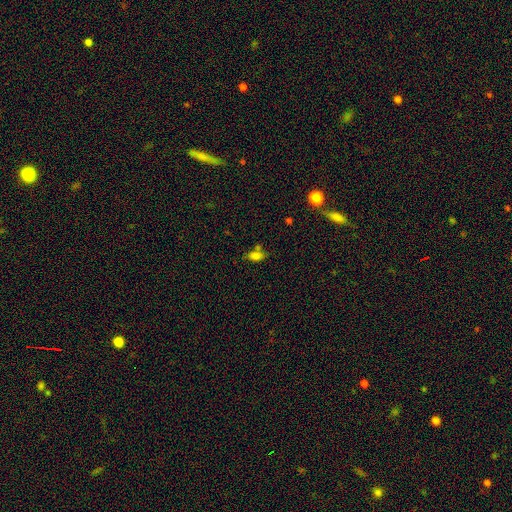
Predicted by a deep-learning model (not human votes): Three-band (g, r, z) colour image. It shows a smooth galaxy with no disk features (75%) that is in between round and cigar-shaped (84%). Merging: none (60%).